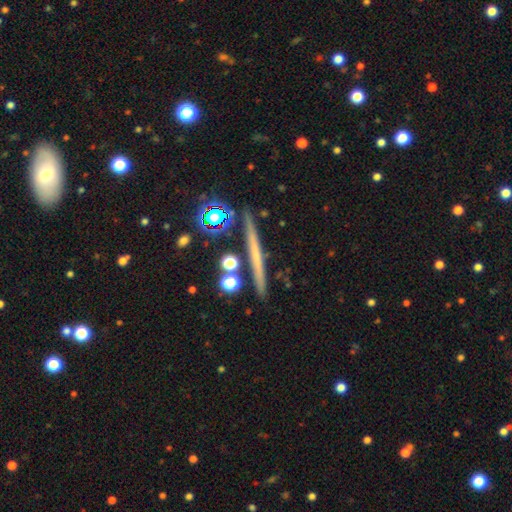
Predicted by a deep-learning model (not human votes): Overall: featured or disk (48%; smooth 38%). Merging: none (87%).